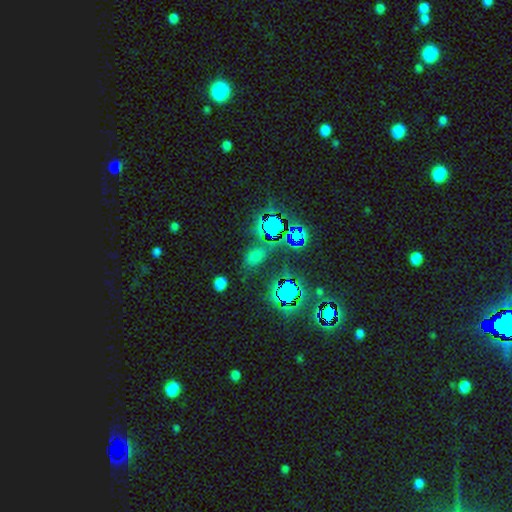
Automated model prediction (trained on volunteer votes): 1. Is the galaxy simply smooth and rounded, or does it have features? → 50% star or artifact, 39% smooth, 12% featured or disk.